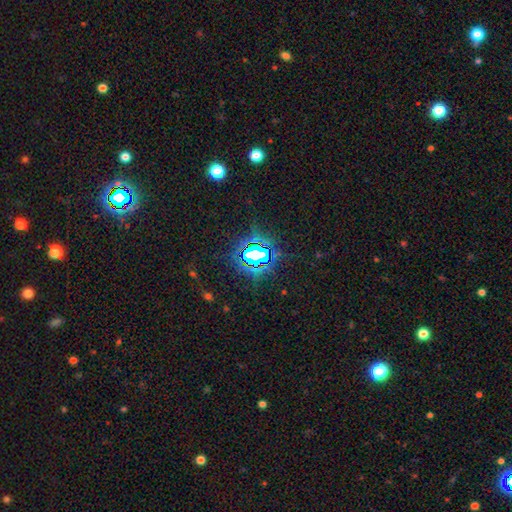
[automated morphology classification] Smooth or featured?
  - star or artifact: 79% *
  - smooth: 12%
  - featured or disk: 9%